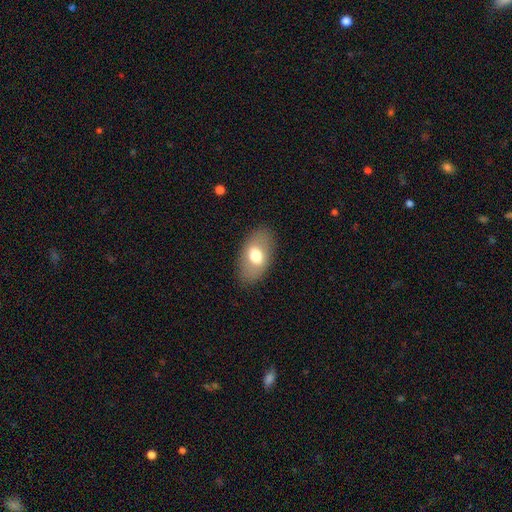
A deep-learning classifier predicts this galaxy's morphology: smooth-or-featured: smooth: 67% | featured or disk: 26% | star or artifact: 7%
  how-rounded: in between: 91% | round: 8% | cigar-shaped: 2%
  merging: none: 84% | minor disturbance: 11% | major disturbance: 4% | merger: 1%